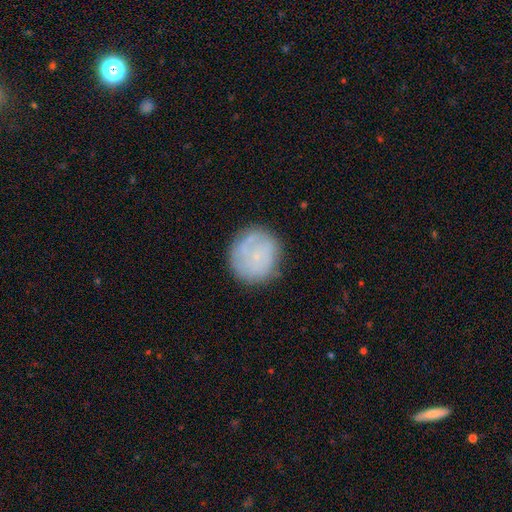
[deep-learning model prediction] The model was most divided on "smooth or featured": smooth: 52%, featured or disk: 40%, star or artifact: 9%. More confident: how rounded — round (89%); merging — none (75%).